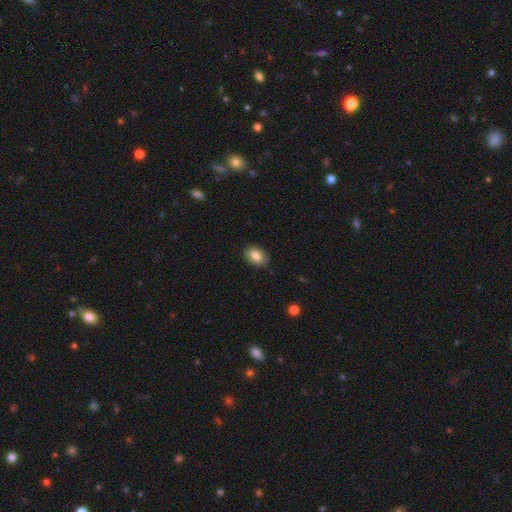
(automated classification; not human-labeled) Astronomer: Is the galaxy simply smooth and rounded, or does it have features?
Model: smooth — 82%.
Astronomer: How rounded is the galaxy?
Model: in between — 81%.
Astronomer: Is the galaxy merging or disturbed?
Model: none — 87%.